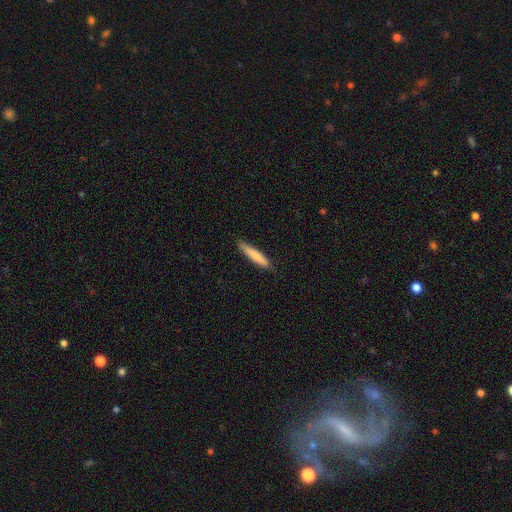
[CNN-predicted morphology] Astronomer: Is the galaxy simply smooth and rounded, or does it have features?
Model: smooth — 77%.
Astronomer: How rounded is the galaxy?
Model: cigar-shaped — 90%.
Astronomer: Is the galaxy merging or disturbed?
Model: none — 84%.